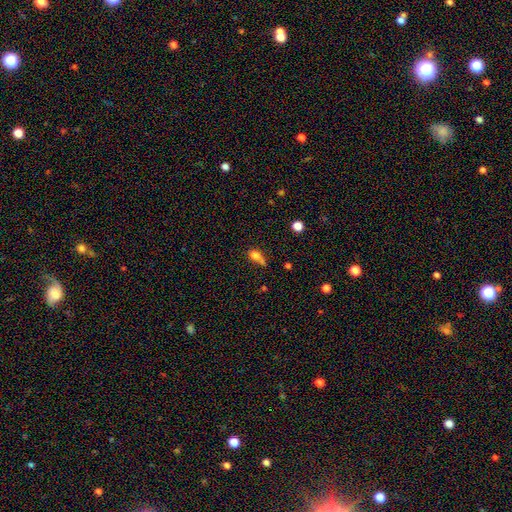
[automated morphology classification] smooth_or_featured: smooth (p=0.75) [alt: featured or disk p=0.13]
how_rounded: in between (p=0.62) [alt: round p=0.32]
merging: none (p=0.33) [alt: merger p=0.30]